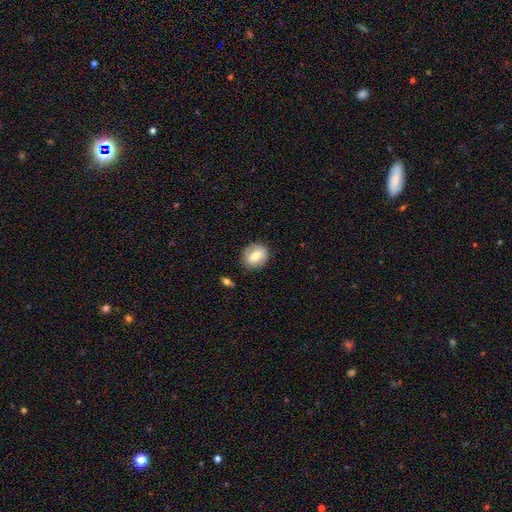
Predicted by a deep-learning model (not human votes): The model was most divided on "how rounded": round: 67%, in between: 32%, cigar-shaped: 1%. More confident: merging — none (85%); smooth or featured — smooth (67%).